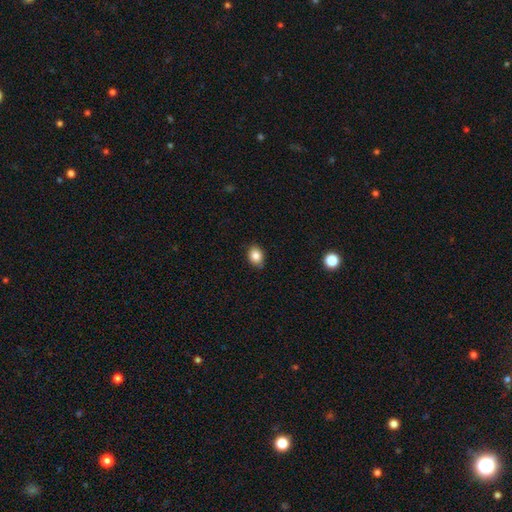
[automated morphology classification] Q: Smooth or featured?
A: smooth (84%); runner-up: star or artifact (9%)
Q: How rounded?
A: in between (65%); runner-up: round (34%)
Q: Merging?
A: none (84%); runner-up: minor disturbance (13%)